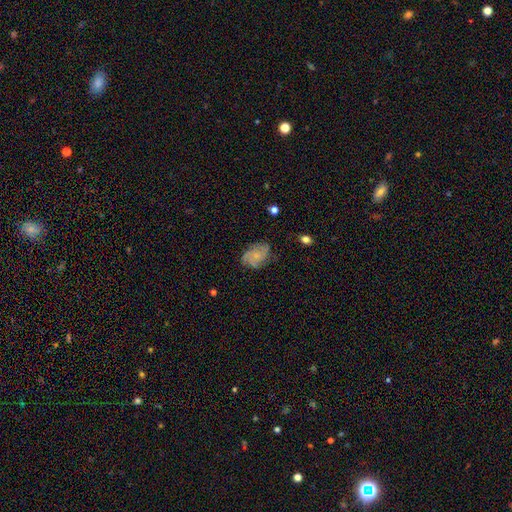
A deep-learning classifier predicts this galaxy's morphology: Smooth or featured?
  - featured or disk: 65% *
  - smooth: 26%
  - star or artifact: 9%
Edge-on disk?
  - no: 97% *
  - yes: 3%
Bar?
  - no: 79% *
  - weak: 19%
  - strong: 2%
Spiral arms?
  - yes: 93% *
  - no: 7%
Spiral winding?
  - tight: 45% *
  - medium: 40%
  - loose: 15%
Spiral arm count?
  - 3: 30% *
  - can't tell: 25%
  - 4: 18%
  - 2: 15%
  - more than 4: 6%
  - 1: 6%
Bulge size?
  - small: 63% *
  - moderate: 18%
  - none: 17%
  - large: 1%
  - dominant: 1%
Merging?
  - none: 73% *
  - minor disturbance: 19%
  - major disturbance: 7%
  - merger: 1%